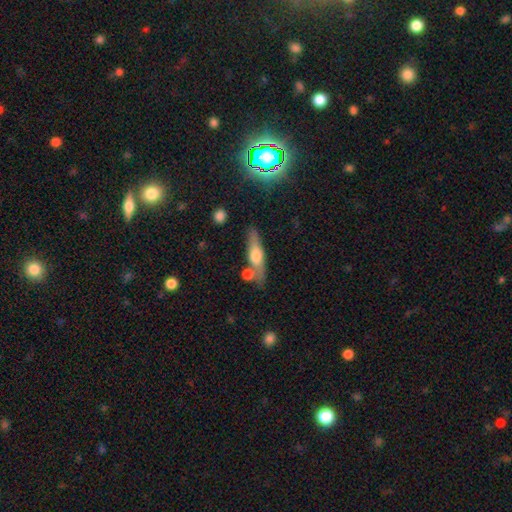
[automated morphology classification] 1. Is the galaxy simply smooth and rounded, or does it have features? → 47% featured or disk, 46% smooth, 7% star or artifact.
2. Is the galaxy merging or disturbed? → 69% none, 14% merger, 14% minor disturbance, 4% major disturbance.